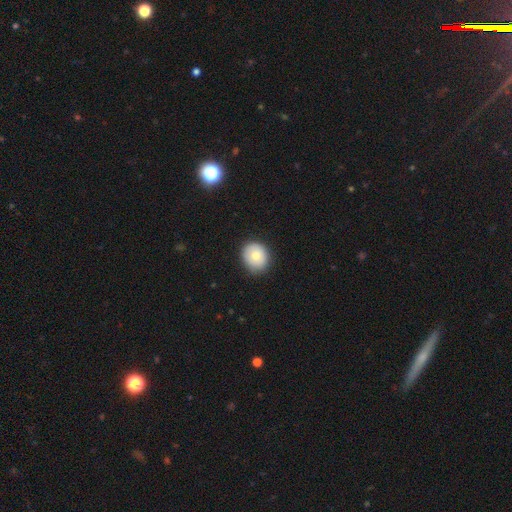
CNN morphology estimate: smooth 75%, featured or disk 17%, star or artifact 8%. Down the decision tree: how rounded — round (76%); merging — none (84%).